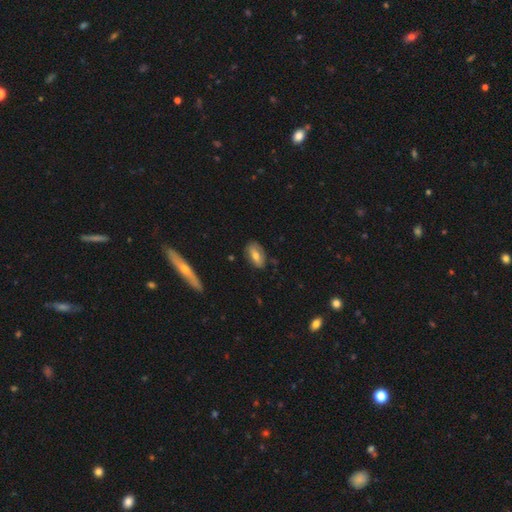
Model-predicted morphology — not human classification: Smooth or featured? Predicted: smooth (p=0.66). How rounded? Predicted: in between (p=0.89). Merging? Predicted: none (p=0.78).